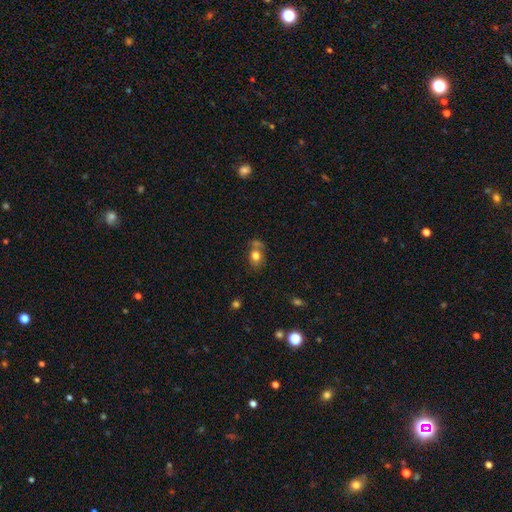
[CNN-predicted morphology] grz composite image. It shows a smooth galaxy with no disk features (76%) that is round (55%). Merging: none (49%).